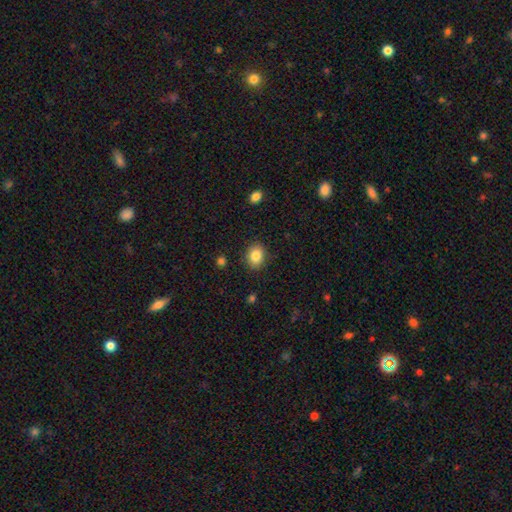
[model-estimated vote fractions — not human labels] smooth 85%, star or artifact 9%, featured or disk 6%. Down the decision tree: how rounded — round (50%); merging — none (87%).